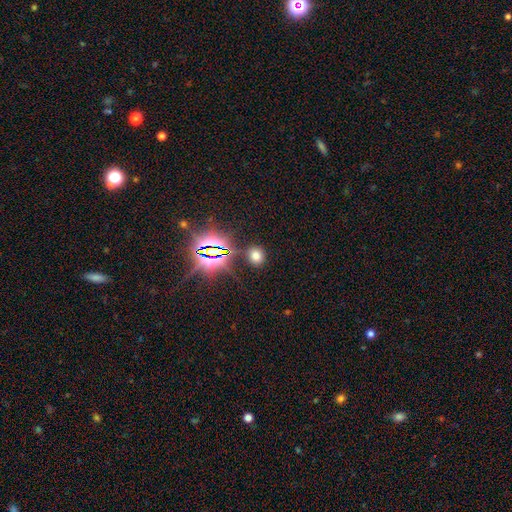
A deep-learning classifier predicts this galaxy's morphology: smooth 65%, star or artifact 28%, featured or disk 7%. Down the decision tree: how rounded — round (71%); merging — none (84%).